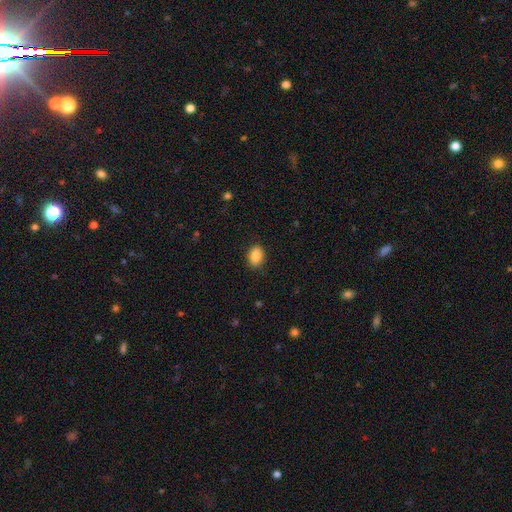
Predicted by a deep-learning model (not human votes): smooth_or_featured: smooth (p=0.87) [alt: star or artifact p=0.08]
how_rounded: in between (p=0.81) [alt: round p=0.18]
merging: none (p=0.87) [alt: minor disturbance p=0.09]